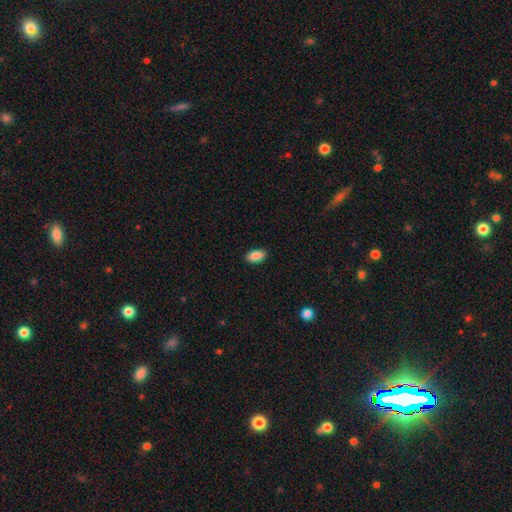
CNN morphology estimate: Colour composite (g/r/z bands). It shows a smooth galaxy with no disk features (88%) that is in between round and cigar-shaped (93%). Merging: none (90%).